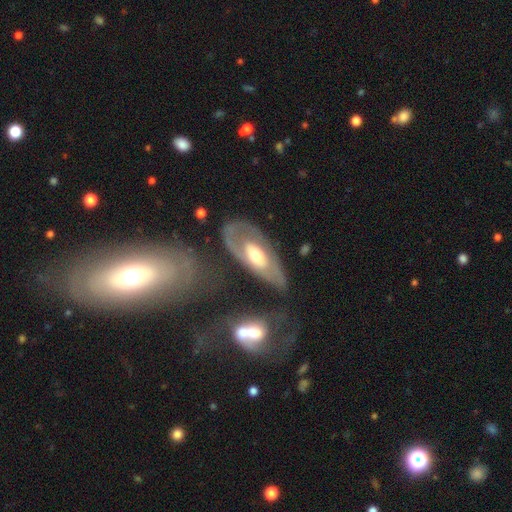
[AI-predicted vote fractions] Overall: featured or disk (71%). Edge-on disk: no (87%). Bar: no (68%). Spiral arms: yes (59%; no 41%). Bulge size: moderate (65%). Merging: none (55%; minor disturbance 22%).